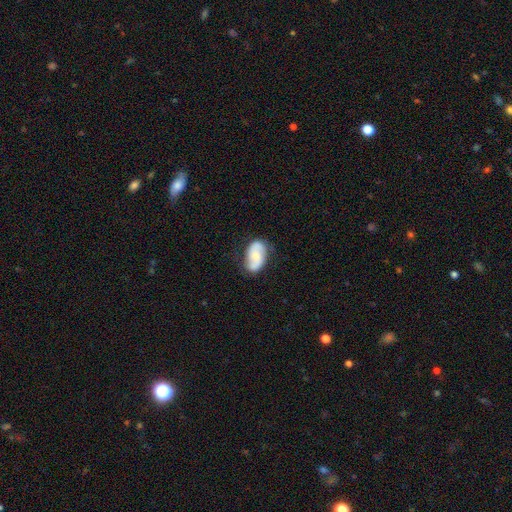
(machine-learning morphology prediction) smooth_or_featured: featured or disk (p=0.58) [alt: smooth p=0.35]
disk_edge_on: no (p=0.96) [alt: yes p=0.04]
bar: no (p=0.64) [alt: weak p=0.28]
has_spiral_arms: yes (p=0.87) [alt: no p=0.13]
bulge_size: moderate (p=0.50) [alt: small p=0.41]
merging: none (p=0.73) [alt: minor disturbance p=0.20]